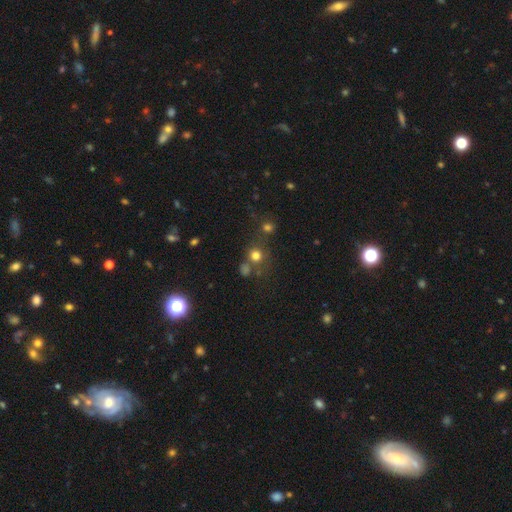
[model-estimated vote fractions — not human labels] The model was most divided on "merging": none: 63%, merger: 20%, minor disturbance: 10%, major disturbance: 6%. More confident: how rounded — round (89%); smooth or featured — smooth (72%).